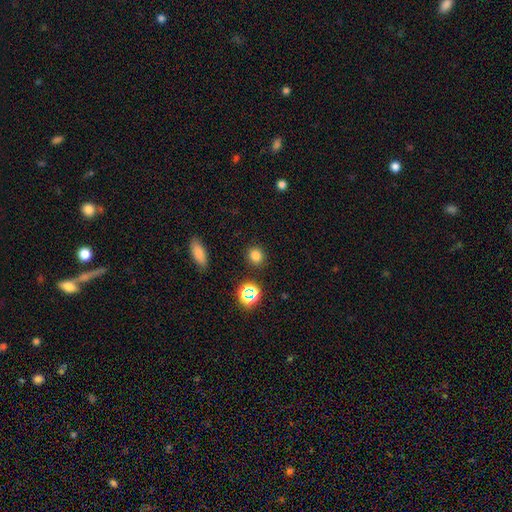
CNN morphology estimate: Smooth or featured?
  - smooth: 79% *
  - star or artifact: 16%
  - featured or disk: 5%
How rounded?
  - round: 80% *
  - in between: 18%
  - cigar-shaped: 1%
Merging?
  - none: 89% *
  - minor disturbance: 7%
  - major disturbance: 2%
  - merger: 2%